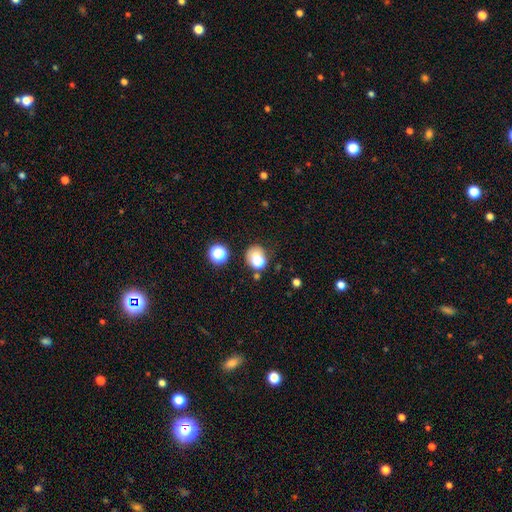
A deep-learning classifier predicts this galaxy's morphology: Smooth or featured: smooth — 68% (star or artifact — 17%)
How rounded: round — 63% (in between — 36%)
Merging: none — 49% (minor disturbance — 20%)